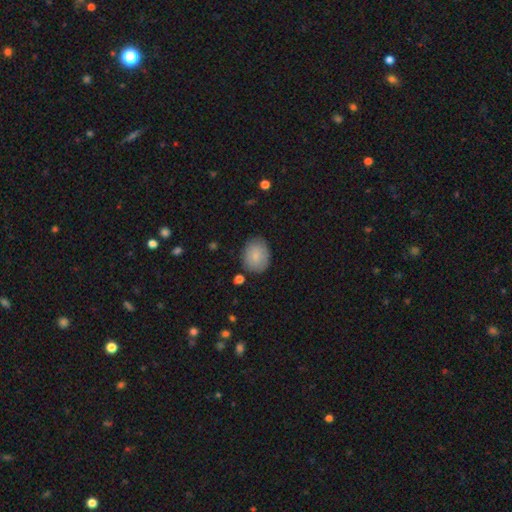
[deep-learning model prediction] Q: Smooth or featured?
A: smooth (82%); runner-up: featured or disk (11%)
Q: How rounded?
A: in between (58%); runner-up: round (41%)
Q: Merging?
A: none (78%); runner-up: minor disturbance (16%)